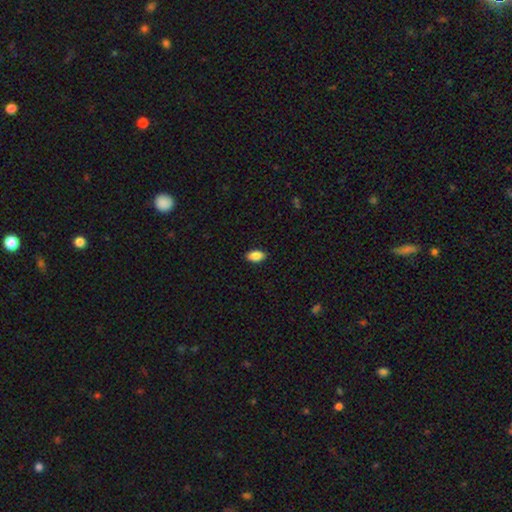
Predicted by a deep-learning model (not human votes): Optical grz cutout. It shows a smooth galaxy with no disk features (88%) that is in between round and cigar-shaped (93%). Merging: none (89%).